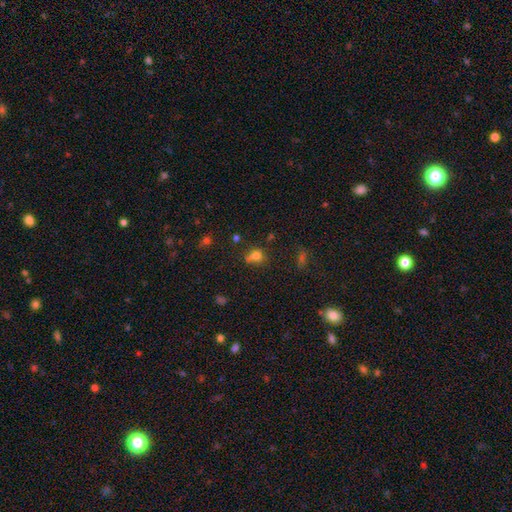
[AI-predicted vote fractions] smooth 69%, star or artifact 20%, featured or disk 10%. Down the decision tree: how rounded — round (64%); merging — none (53%).